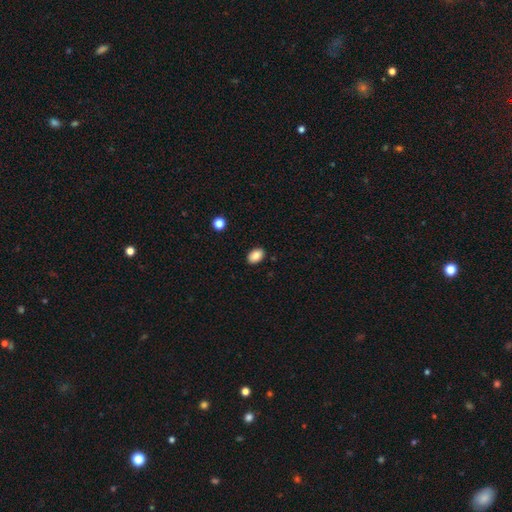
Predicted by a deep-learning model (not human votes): Smooth or featured?
  - smooth: 87% *
  - star or artifact: 8%
  - featured or disk: 5%
How rounded?
  - in between: 85% *
  - round: 14%
  - cigar-shaped: 1%
Merging?
  - none: 89% *
  - minor disturbance: 8%
  - major disturbance: 2%
  - merger: 1%